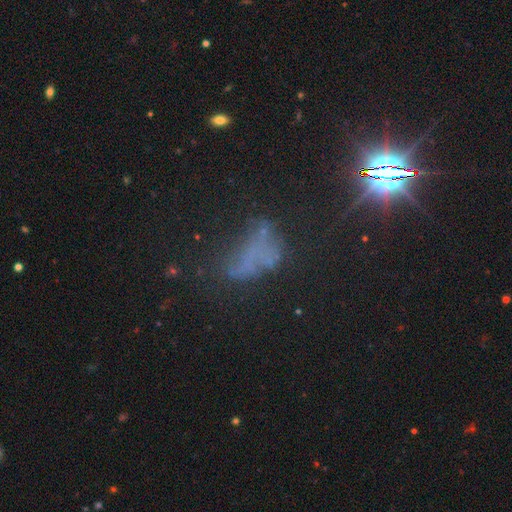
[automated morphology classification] star or artifact 43%, featured or disk 31%, smooth 26%.